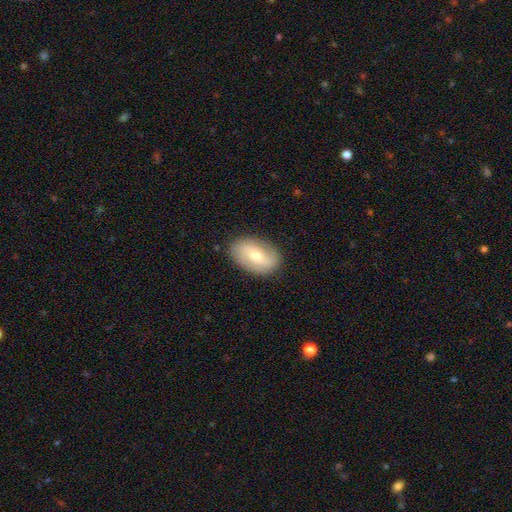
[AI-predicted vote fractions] featured or disk 48%, smooth 45%, star or artifact 7%. Down the decision tree: merging — none (84%).